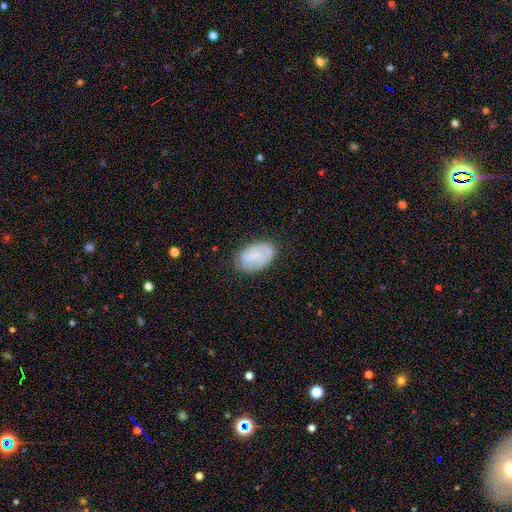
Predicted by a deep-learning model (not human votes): Overall: smooth (47%; featured or disk 45%). Merging: none (74%).